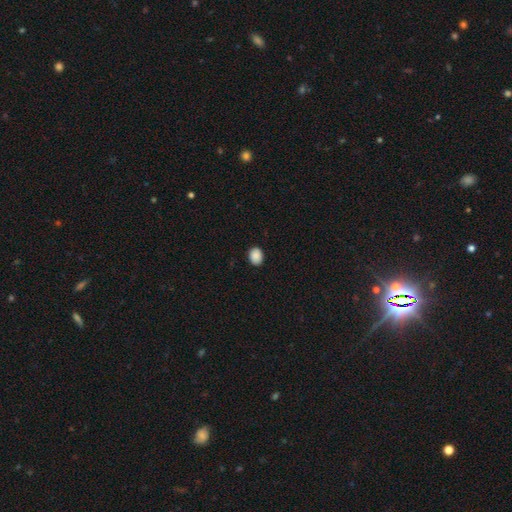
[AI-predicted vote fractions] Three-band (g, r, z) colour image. It shows a smooth galaxy with no disk features (90%) that is in between round and cigar-shaped (57%). Merging: none (89%).